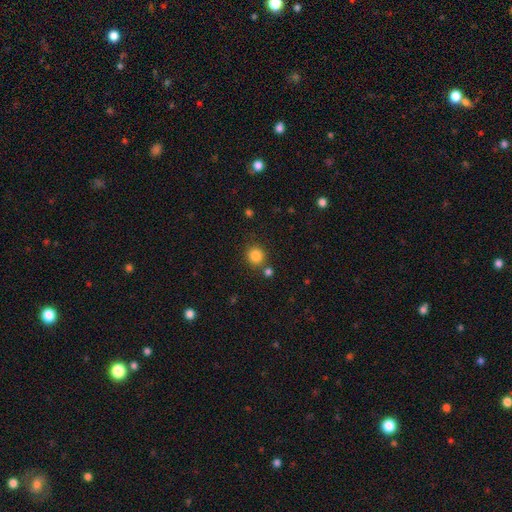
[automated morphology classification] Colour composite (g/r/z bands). It shows a smooth galaxy with no disk features (84%) that is round (89%). Merging: none (79%).